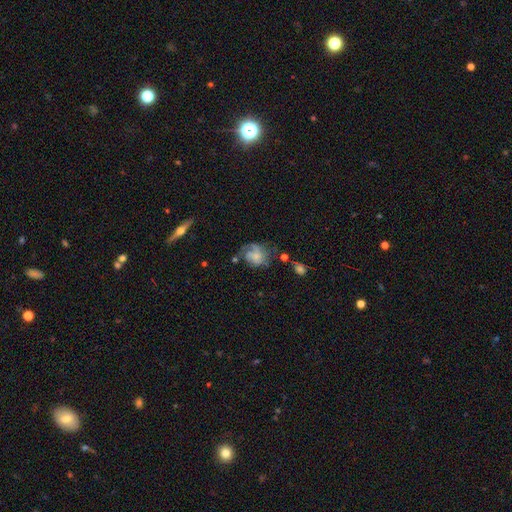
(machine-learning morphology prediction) This is possibly a featured or disk galaxy (57%). It is clearly not viewed edge-on (97%). Bar: likely no (72%). Spiral arm pattern: likely yes (77%). Central bulge: marginally small (42%). Merging: marginally none (39%).